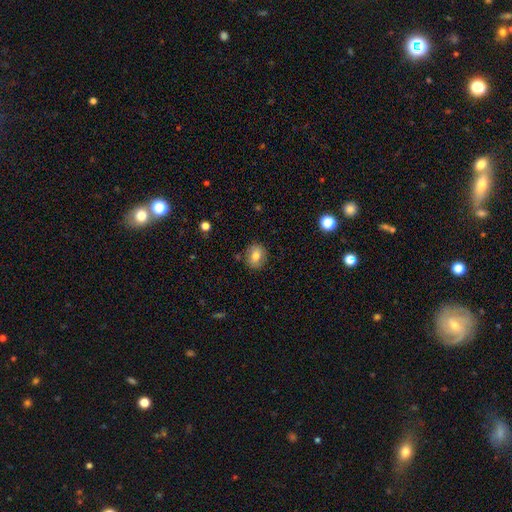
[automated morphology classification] Smooth or featured?
  - smooth: 77% *
  - featured or disk: 14%
  - star or artifact: 10%
How rounded?
  - round: 66% *
  - in between: 33%
  - cigar-shaped: 1%
Merging?
  - none: 84% *
  - minor disturbance: 11%
  - major disturbance: 3%
  - merger: 2%